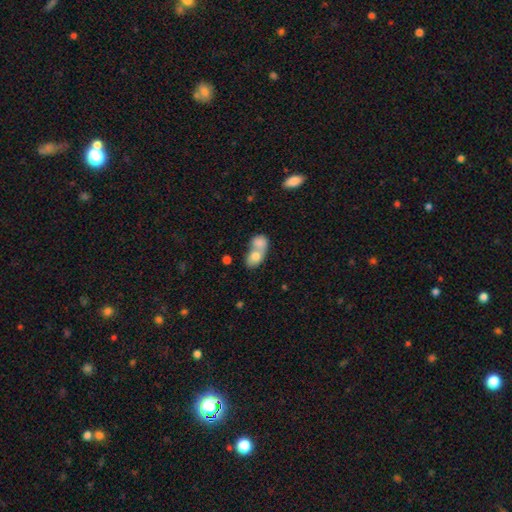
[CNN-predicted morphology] smooth-or-featured: smooth: 74% | featured or disk: 19% | star or artifact: 7%
  how-rounded: in between: 70% | round: 28% | cigar-shaped: 2%
  merging: merger: 78% | none: 13% | minor disturbance: 5% | major disturbance: 4%